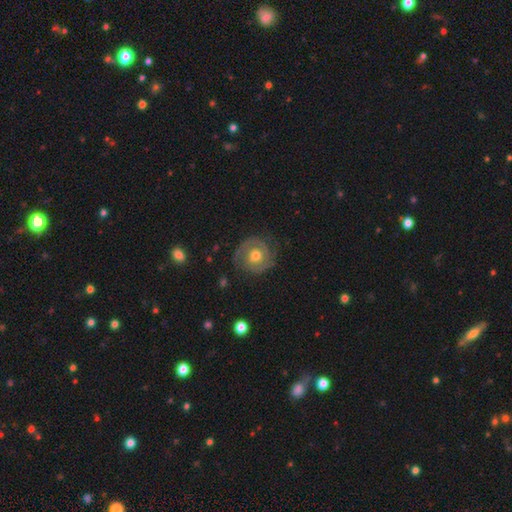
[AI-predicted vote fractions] Smooth or featured? featured or disk (75%)
Edge-on disk? no (97%)
Bar? no (70%)
Spiral arms? yes (89%)
Spiral winding? tight (59%)
Spiral arm count? 2 (75%)
Bulge size? moderate (76%)
Merging? none (78%)